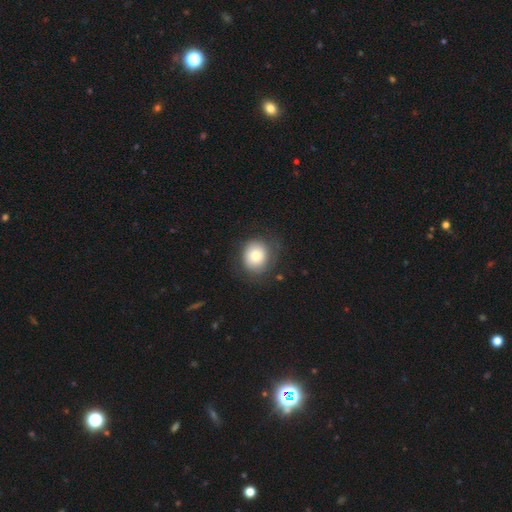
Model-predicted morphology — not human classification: smooth_or_featured: smooth (p=0.75) [alt: featured or disk p=0.17]
how_rounded: round (p=0.73) [alt: in between p=0.26]
merging: none (p=0.70) [alt: minor disturbance p=0.20]